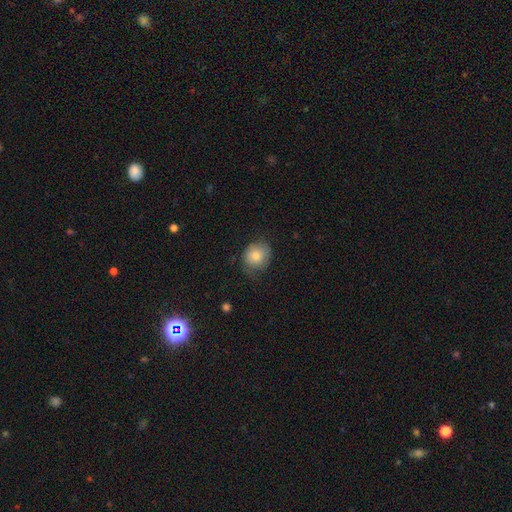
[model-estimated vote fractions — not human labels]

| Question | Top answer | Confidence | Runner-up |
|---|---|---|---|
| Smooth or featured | smooth | 77% | featured or disk (14%) |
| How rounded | round | 74% | in between (25%) |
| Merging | none | 66% | minor disturbance (25%) |